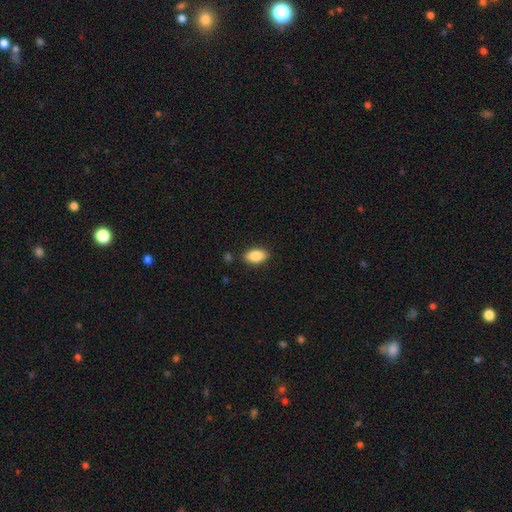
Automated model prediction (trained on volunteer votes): This is clearly a smooth galaxy (88%). How rounded: clearly in between (92%). Merging: clearly none (86%).